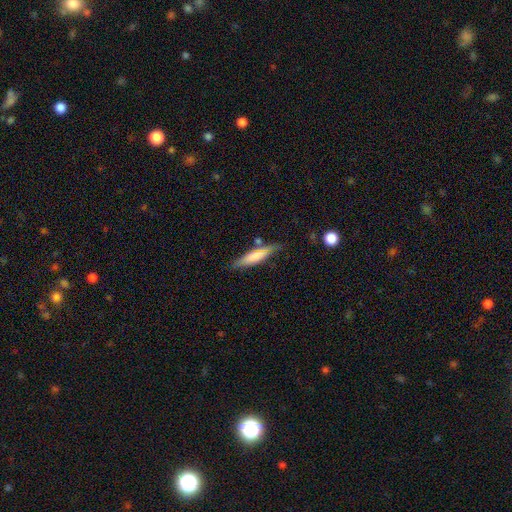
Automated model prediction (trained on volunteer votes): A smooth galaxy with no disk features (65%) that is cigar-shaped (78%).

Vote fractions:
- Smooth or featured? smooth: 65% / featured or disk: 28% / star or artifact: 7%
- How rounded? cigar-shaped: 78% / in between: 20% / round: 2%
- Merging? none: 72% / minor disturbance: 17% / merger: 7% / major disturbance: 4%